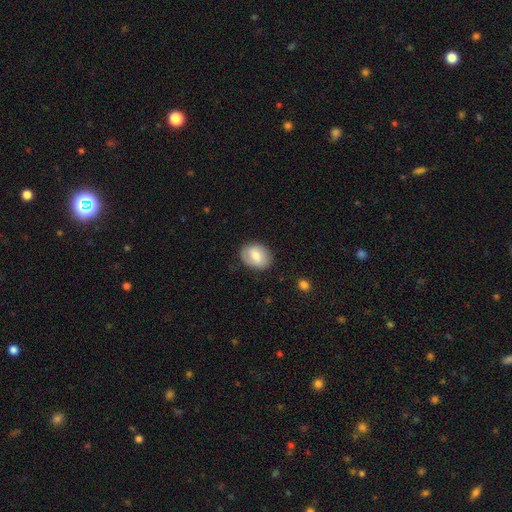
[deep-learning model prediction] A smooth galaxy with no disk features (68%) that is in between round and cigar-shaped (66%).

Vote fractions:
- Smooth or featured? smooth: 68% / featured or disk: 25% / star or artifact: 7%
- How rounded? in between: 66% / round: 33% / cigar-shaped: 1%
- Merging? none: 82% / minor disturbance: 14% / major disturbance: 3% / merger: 1%